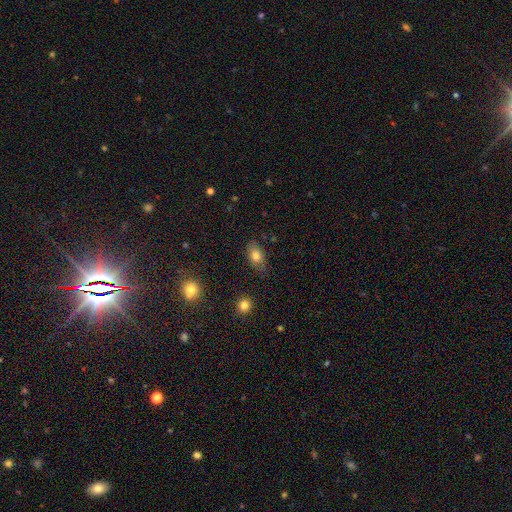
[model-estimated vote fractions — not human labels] Smooth or featured?
  - smooth: 79% *
  - featured or disk: 12%
  - star or artifact: 9%
How rounded?
  - in between: 85% *
  - round: 12%
  - cigar-shaped: 3%
Merging?
  - none: 78% *
  - minor disturbance: 17%
  - major disturbance: 4%
  - merger: 2%